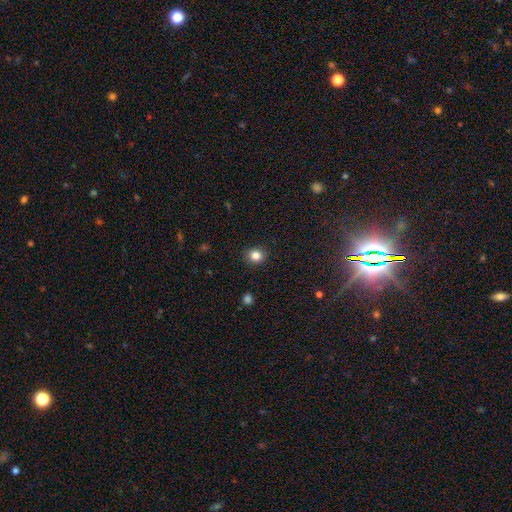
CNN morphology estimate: Smooth or featured?
  - smooth: 83% *
  - star or artifact: 11%
  - featured or disk: 5%
How rounded?
  - round: 79% *
  - in between: 20%
  - cigar-shaped: 1%
Merging?
  - none: 90% *
  - minor disturbance: 7%
  - major disturbance: 2%
  - merger: 1%